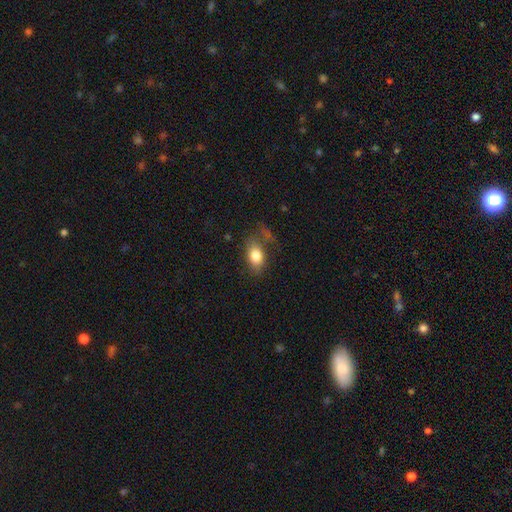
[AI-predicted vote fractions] A smooth galaxy with no disk features (81%) that is in between round and cigar-shaped (83%). Merging: none (59%).